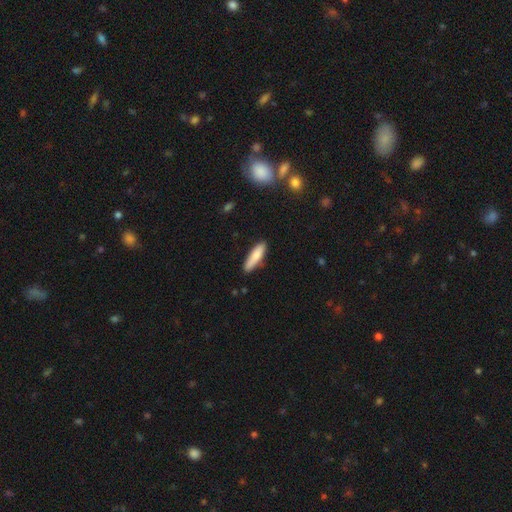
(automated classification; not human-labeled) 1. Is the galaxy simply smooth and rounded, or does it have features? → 81% smooth, 14% featured or disk, 6% star or artifact.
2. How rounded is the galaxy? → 70% cigar-shaped, 28% in between, 2% round.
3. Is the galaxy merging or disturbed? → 83% none, 13% minor disturbance, 2% major disturbance, 2% merger.